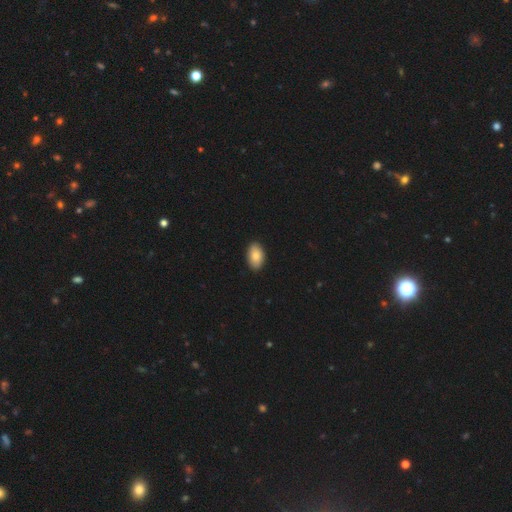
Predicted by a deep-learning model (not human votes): Smooth or featured? Predicted: smooth (p=0.84). How rounded? Predicted: in between (p=0.93). Merging? Predicted: none (p=0.90).